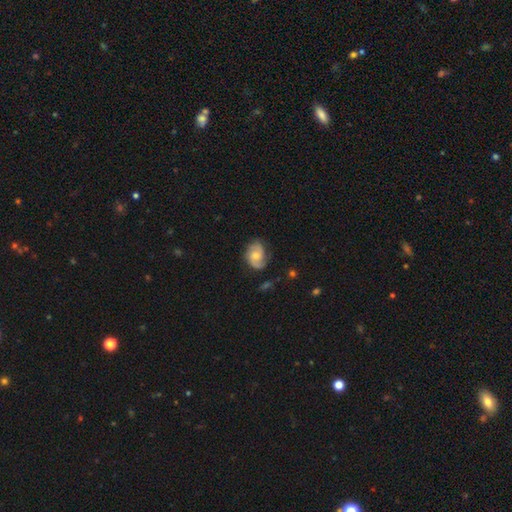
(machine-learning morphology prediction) This is likely a featured or disk galaxy (63%). It is clearly not viewed edge-on (97%). Bar: likely no (69%). Spiral arm pattern: clearly yes (92%). Spiral arm count: likely 2 (73%). Spiral winding: marginally medium (44%). Central bulge: possibly moderate (51%). Merging: likely none (68%).